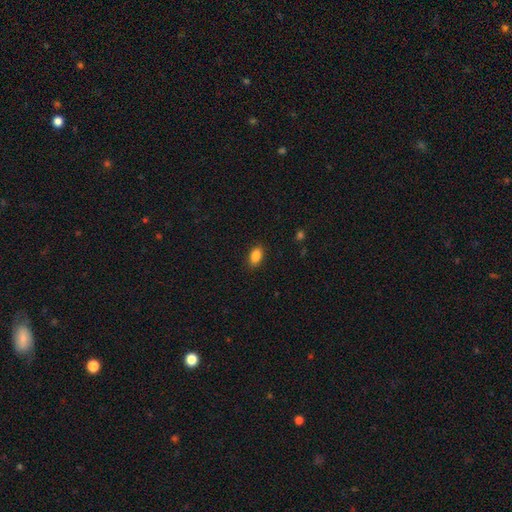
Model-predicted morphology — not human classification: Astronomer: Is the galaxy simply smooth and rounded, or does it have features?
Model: smooth — 87%.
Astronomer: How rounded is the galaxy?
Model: in between — 89%.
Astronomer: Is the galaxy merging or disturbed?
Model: none — 87%.